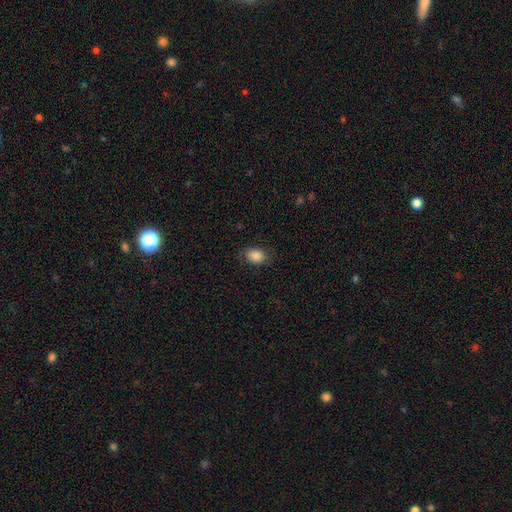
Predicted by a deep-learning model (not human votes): smooth-or-featured: smooth: 84% | star or artifact: 8% | featured or disk: 7%
  how-rounded: in between: 74% | round: 25% | cigar-shaped: 1%
  merging: none: 77% | minor disturbance: 17% | major disturbance: 5% | merger: 1%